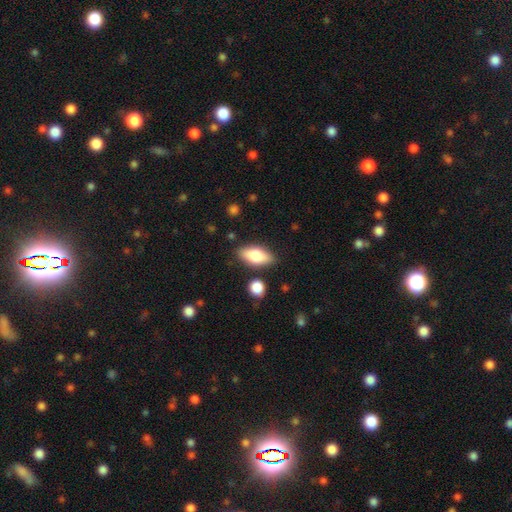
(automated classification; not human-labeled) smooth 74%, featured or disk 19%, star or artifact 7%. Down the decision tree: how rounded — in between (85%); merging — none (83%).